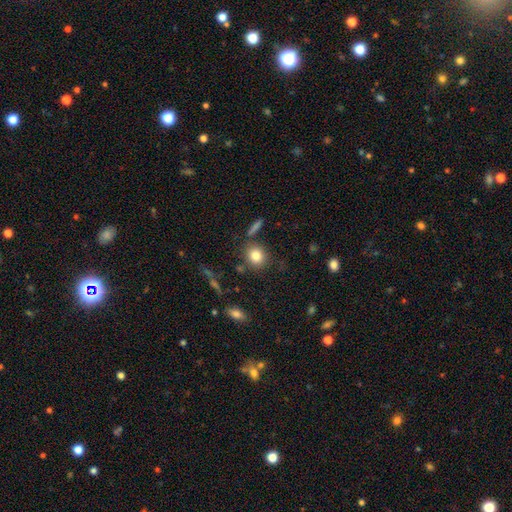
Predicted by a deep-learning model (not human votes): Smooth or featured?
  - smooth: 82% *
  - star or artifact: 10%
  - featured or disk: 8%
How rounded?
  - round: 75% *
  - in between: 23%
  - cigar-shaped: 2%
Merging?
  - none: 81% *
  - minor disturbance: 10%
  - merger: 6%
  - major disturbance: 3%